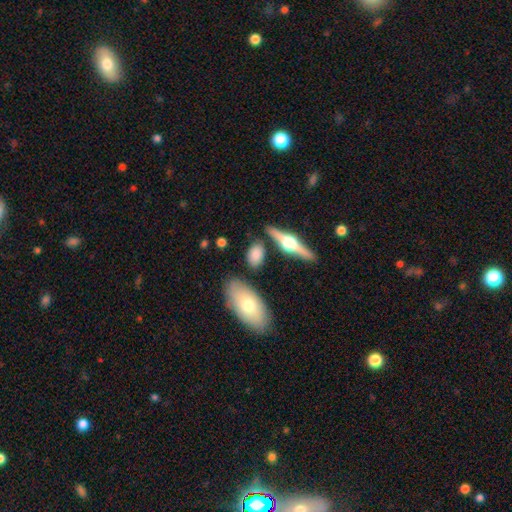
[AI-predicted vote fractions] smooth_or_featured: smooth (p=0.66) [alt: featured or disk p=0.26]
how_rounded: in between (p=0.76) [alt: round p=0.15]
merging: none (p=0.77) [alt: minor disturbance p=0.13]